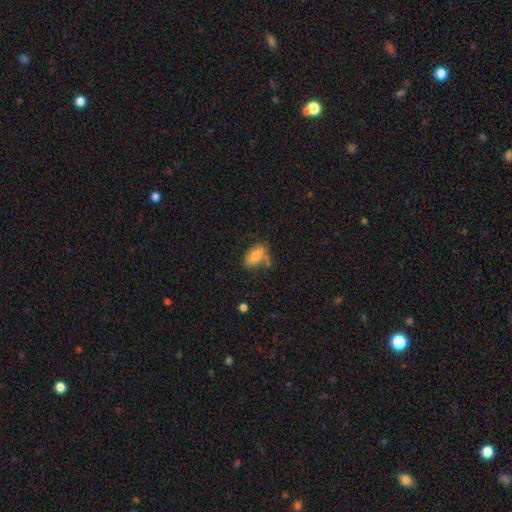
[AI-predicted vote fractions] Overall: smooth (74%). How rounded: in between (87%). Merging: none (58%; minor disturbance 25%).